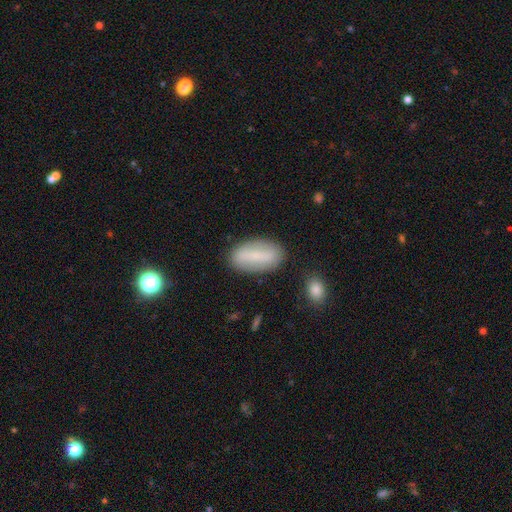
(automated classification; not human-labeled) The model was most divided on "smooth or featured": smooth: 61%, featured or disk: 31%, star or artifact: 7%. More confident: how rounded — in between (84%); merging — none (84%).